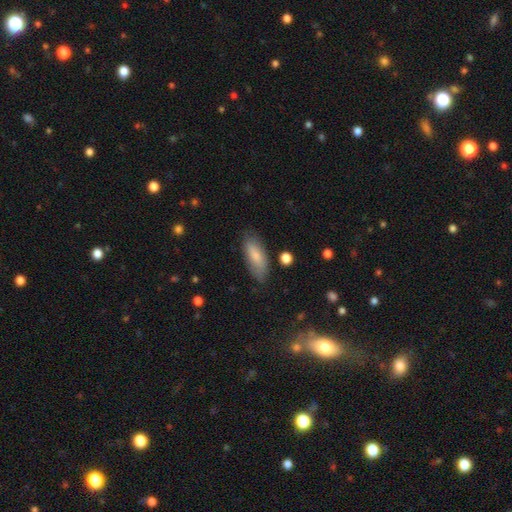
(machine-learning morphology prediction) smooth-or-featured: smooth: 79% | featured or disk: 15% | star or artifact: 6%
  how-rounded: in between: 75% | cigar-shaped: 23% | round: 2%
  merging: none: 77% | minor disturbance: 17% | major disturbance: 4% | merger: 2%